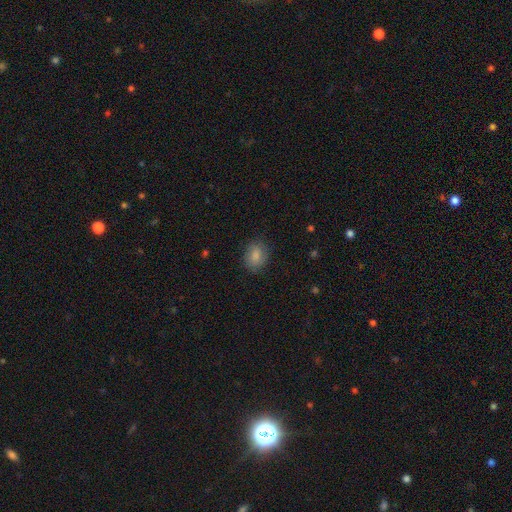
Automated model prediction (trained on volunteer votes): A smooth galaxy with no disk features (84%) that is in between round and cigar-shaped (55%).

Vote fractions:
- Smooth or featured? smooth: 84% / featured or disk: 9% / star or artifact: 7%
- How rounded? in between: 55% / round: 44% / cigar-shaped: 1%
- Merging? none: 81% / minor disturbance: 14% / major disturbance: 4% / merger: 1%